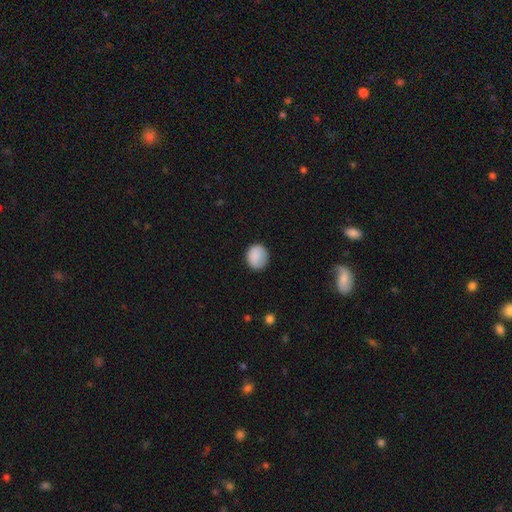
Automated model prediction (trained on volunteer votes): A smooth galaxy with no disk features (88%) that is round (74%).

Vote fractions:
- Smooth or featured? smooth: 88% / star or artifact: 8% / featured or disk: 5%
- How rounded? round: 74% / in between: 25% / cigar-shaped: 1%
- Merging? none: 83% / minor disturbance: 13% / major disturbance: 3% / merger: 1%